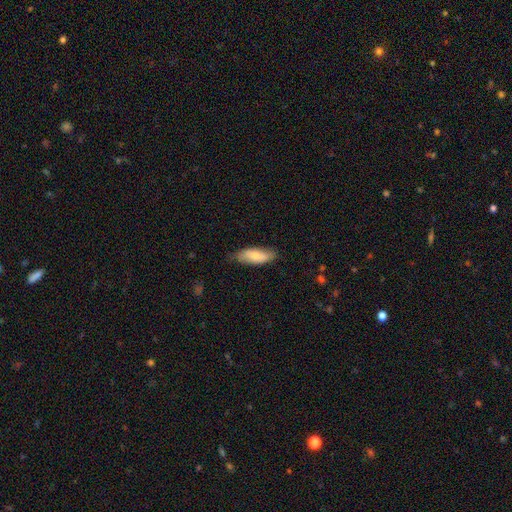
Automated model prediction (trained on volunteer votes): Overall: smooth (75%). How rounded: in between (72%). Merging: none (74%).